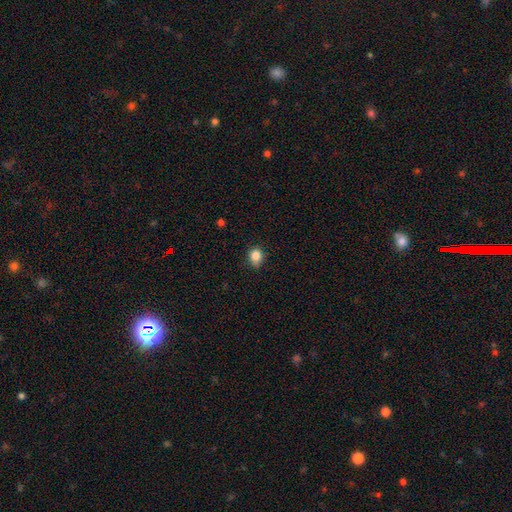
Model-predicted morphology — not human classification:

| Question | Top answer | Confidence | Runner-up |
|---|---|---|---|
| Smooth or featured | smooth | 84% | star or artifact (11%) |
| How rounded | round | 67% | in between (32%) |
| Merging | none | 76% | minor disturbance (19%) |